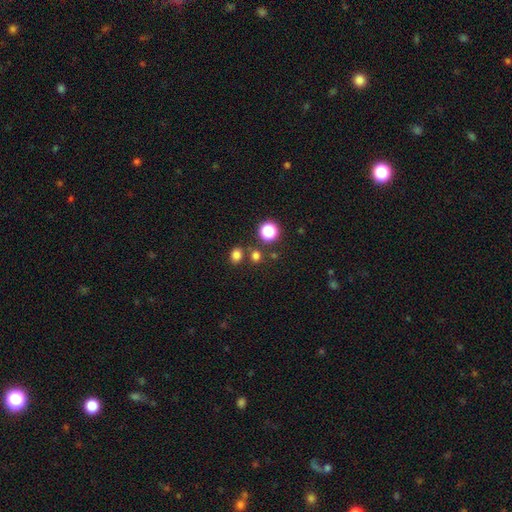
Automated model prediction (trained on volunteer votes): This appears to be a smooth galaxy with no disk features (74%) that is round (66%). Merging: none (74%).